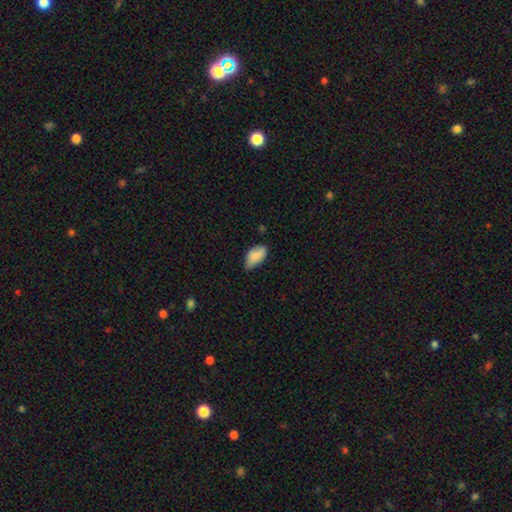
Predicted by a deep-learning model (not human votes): Smooth or featured? smooth (83%)
How rounded? in between (94%)
Merging? none (51%)